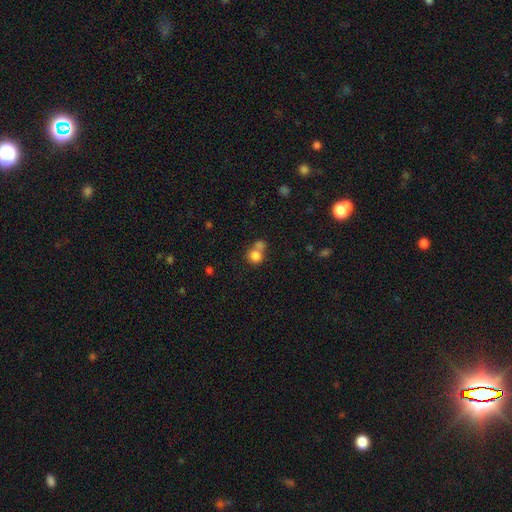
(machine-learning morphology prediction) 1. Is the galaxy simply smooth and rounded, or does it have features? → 80% smooth, 11% star or artifact, 9% featured or disk.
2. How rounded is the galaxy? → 84% round, 15% in between, 1% cigar-shaped.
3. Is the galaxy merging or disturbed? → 48% merger, 40% none, 8% minor disturbance, 4% major disturbance.